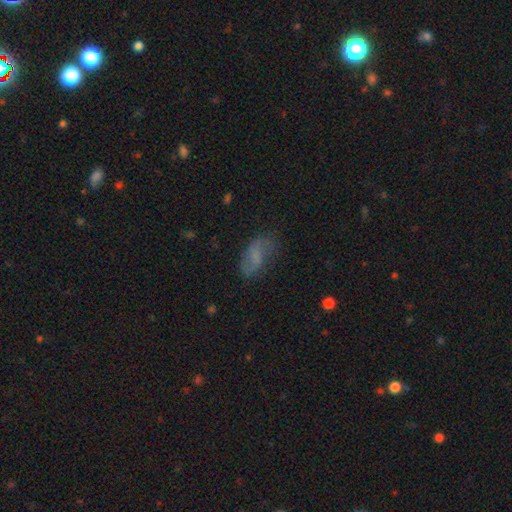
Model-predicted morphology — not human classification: The model was most divided on "smooth or featured": smooth: 50%, featured or disk: 39%, star or artifact: 11%. More confident: merging — none (65%).